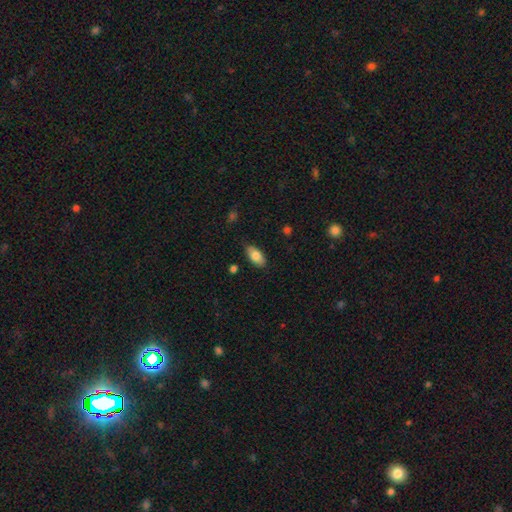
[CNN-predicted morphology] This is clearly a smooth galaxy (80%). How rounded: clearly in between (92%). Merging: clearly none (85%).